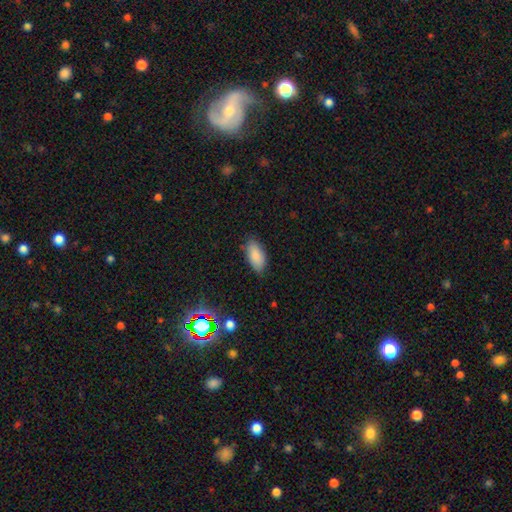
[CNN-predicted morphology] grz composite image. It shows a smooth galaxy with no disk features (86%) that is in between round and cigar-shaped (92%). Merging: none (80%).